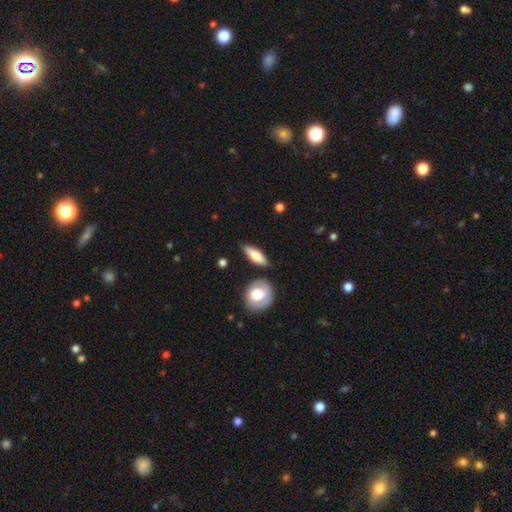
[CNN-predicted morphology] smooth 62%, featured or disk 32%, star or artifact 6%. Down the decision tree: how rounded — in between (55%); merging — none (78%).